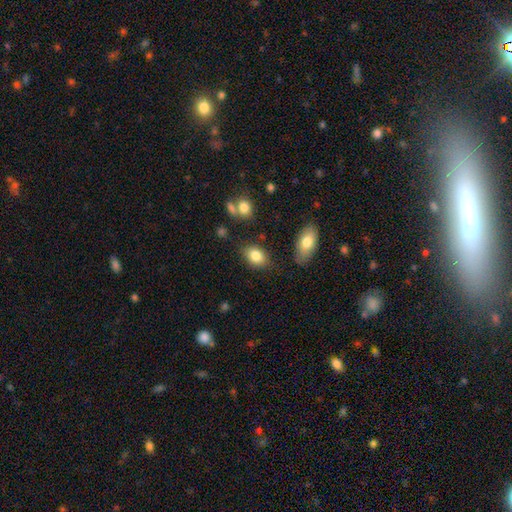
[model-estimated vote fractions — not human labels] This appears to be a smooth galaxy with no disk features (84%) that is in between round and cigar-shaped (79%). Merging: none (76%).